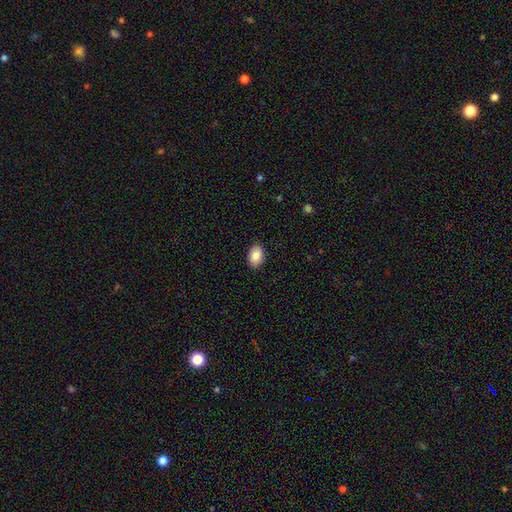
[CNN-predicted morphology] This appears to be a smooth galaxy with no disk features (87%) that is in between round and cigar-shaped (88%). Merging: none (90%).